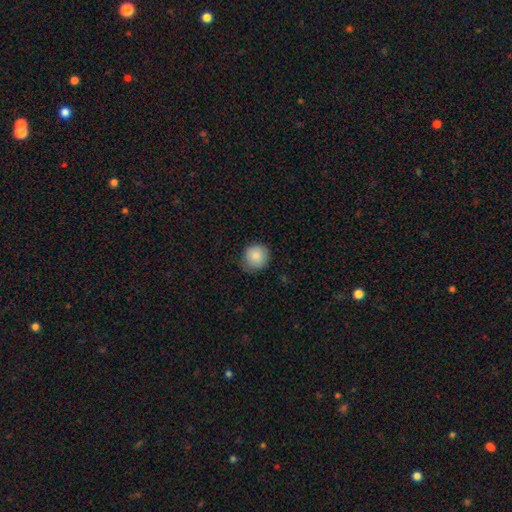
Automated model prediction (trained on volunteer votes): This is clearly a smooth galaxy (87%). How rounded: clearly round (90%). Merging: likely none (78%).